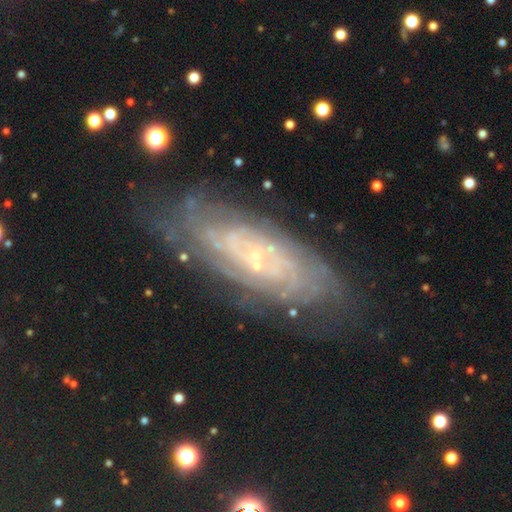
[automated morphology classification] smooth_or_featured: featured or disk (p=0.79) [alt: star or artifact p=0.11]
disk_edge_on: no (p=0.88) [alt: yes p=0.12]
bar: no (p=0.56) [alt: weak p=0.34]
has_spiral_arms: yes (p=0.95) [alt: no p=0.05]
spiral_winding: tight (p=0.71) [alt: medium p=0.23]
spiral_arm_count: can't tell (p=0.44) [alt: 2 p=0.20]
bulge_size: small (p=0.75) [alt: moderate p=0.12]
merging: none (p=0.77) [alt: minor disturbance p=0.16]